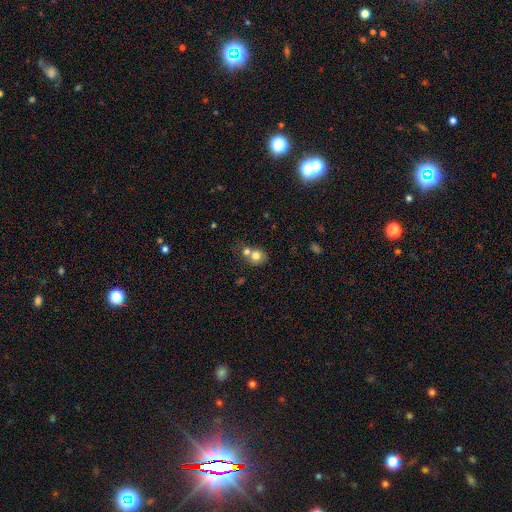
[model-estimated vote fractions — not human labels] smooth 76%, featured or disk 14%, star or artifact 11%. Down the decision tree: how rounded — round (74%); merging — merger (48%).